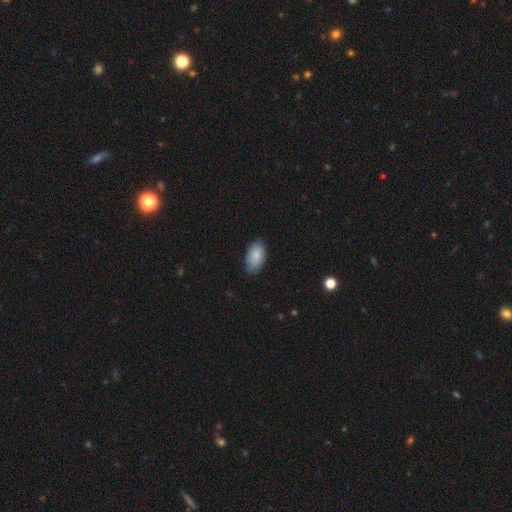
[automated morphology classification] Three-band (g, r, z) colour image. It shows a smooth galaxy with no disk features (83%) that is in between round and cigar-shaped (94%). Merging: none (76%).